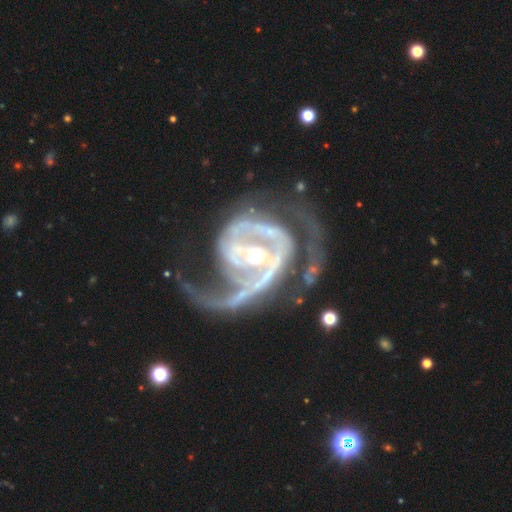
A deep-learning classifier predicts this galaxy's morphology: A featured or disk galaxy (91%) with a strong bar (48%), 2 (69%) medium (47%) spiral arms (94%) and a moderate central bulge (49%).

Vote fractions:
- Smooth or featured? featured or disk: 91% / star or artifact: 5% / smooth: 4%
- Edge-on disk? no: 97% / yes: 3%
- Bar? strong: 48% / weak: 30% / no: 21%
- Spiral arms? yes: 94% / no: 6%
- Spiral winding? medium: 47% / tight: 29% / loose: 24%
- Spiral arm count? 2: 69% / 1: 11% / can't tell: 8% / 3: 6% / 4: 3% / more than 4: 3%
- Bulge size? moderate: 49% / small: 45% / large: 4% / none: 1% / dominant: 1%
- Merging? none: 42% / major disturbance: 36% / minor disturbance: 18% / merger: 5%